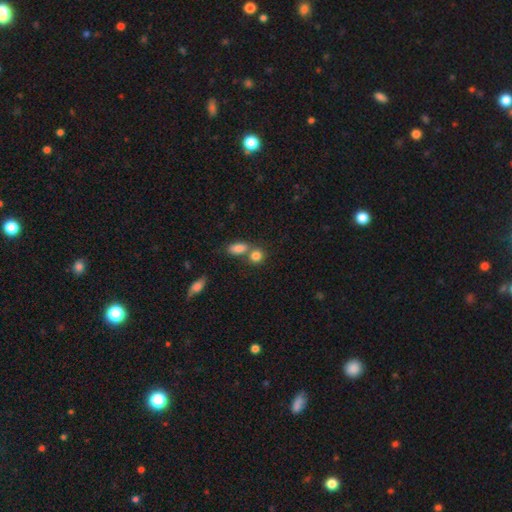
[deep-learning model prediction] This is clearly a smooth galaxy (83%). How rounded: likely round (61%). Merging: possibly none (46%).